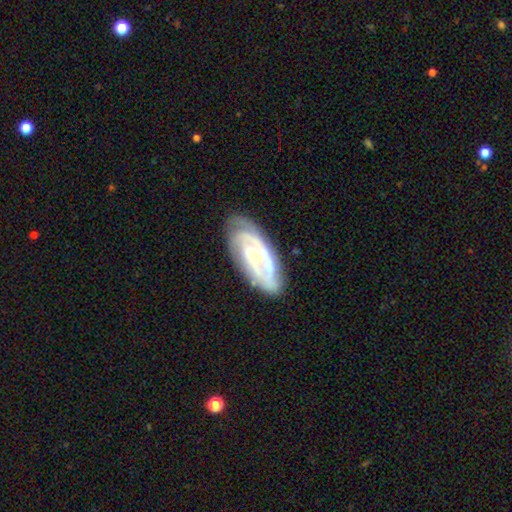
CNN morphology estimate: type=featured or disk (77%); edge-on=no (92%); bar=no (59%); spiral arms=yes (87%); winding=tight (63%); arm count=can't tell (39%); bulge=small (61%); merging=none (68%).